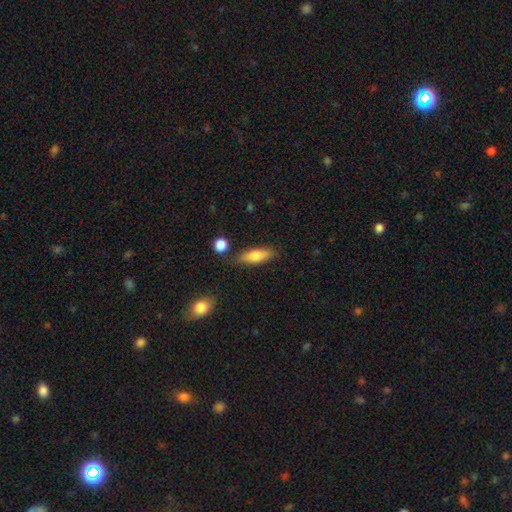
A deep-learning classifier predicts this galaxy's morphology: A smooth galaxy with no disk features (76%) that is in between round and cigar-shaped (55%). Merging: none (80%).